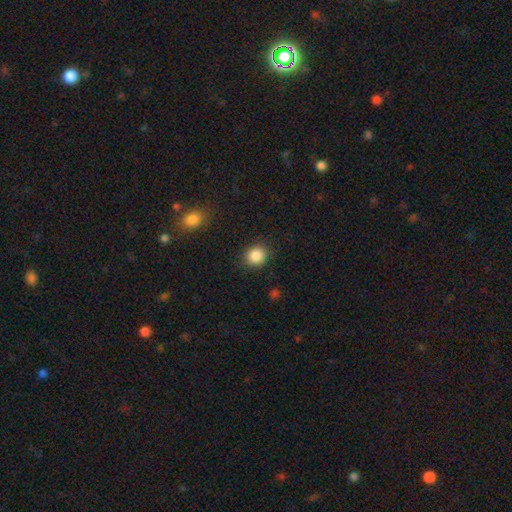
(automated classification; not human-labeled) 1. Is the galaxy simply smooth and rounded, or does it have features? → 87% smooth, 9% star or artifact, 4% featured or disk.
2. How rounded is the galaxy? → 77% round, 22% in between, 1% cigar-shaped.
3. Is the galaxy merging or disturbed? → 87% none, 8% minor disturbance, 3% major disturbance, 2% merger.